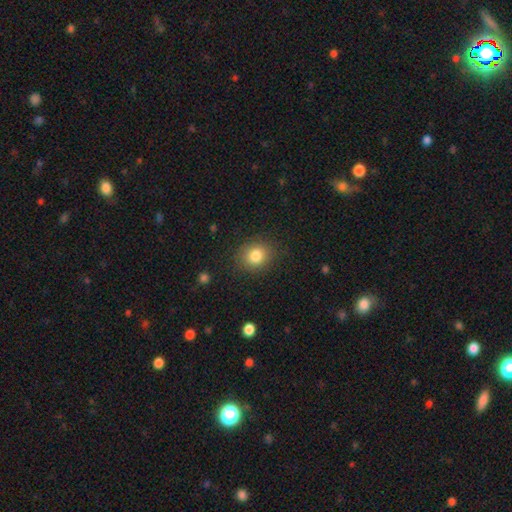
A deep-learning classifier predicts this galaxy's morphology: smooth-or-featured: smooth: 83% | star or artifact: 10% | featured or disk: 7%
  how-rounded: round: 65% | in between: 34% | cigar-shaped: 1%
  merging: none: 85% | minor disturbance: 10% | major disturbance: 3% | merger: 1%